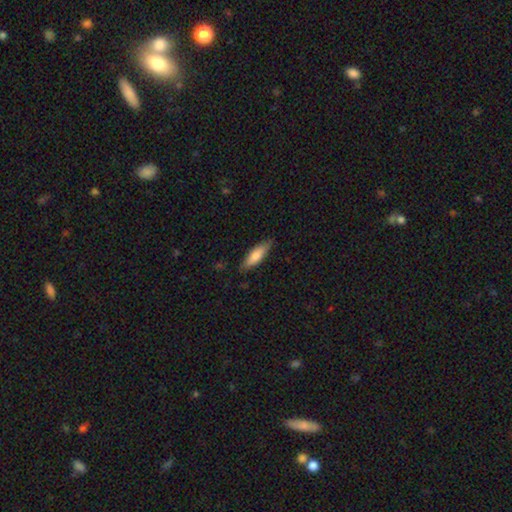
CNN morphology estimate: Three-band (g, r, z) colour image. It shows a smooth galaxy with no disk features (77%) that is cigar-shaped (54%). Merging: none (82%).